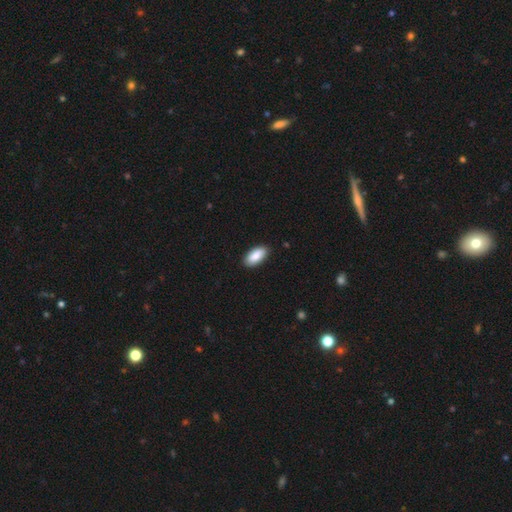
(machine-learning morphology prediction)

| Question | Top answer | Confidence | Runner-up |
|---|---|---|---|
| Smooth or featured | smooth | 88% | featured or disk (7%) |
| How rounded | in between | 92% | cigar-shaped (7%) |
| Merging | none | 88% | minor disturbance (9%) |